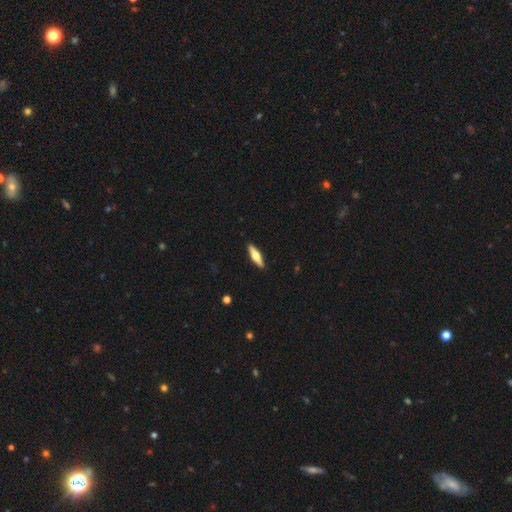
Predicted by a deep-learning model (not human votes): Smooth or featured? featured or disk (53%)
Edge-on disk? yes (95%)
Merging? none (91%)